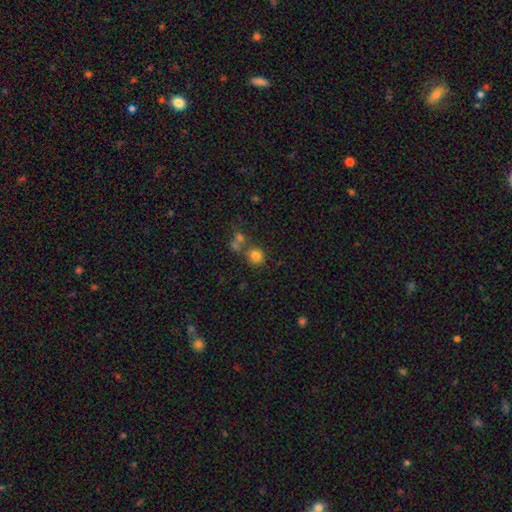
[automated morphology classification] Smooth or featured: smooth — 78% (star or artifact — 14%)
How rounded: round — 85% (in between — 14%)
Merging: none — 63% (merger — 24%)